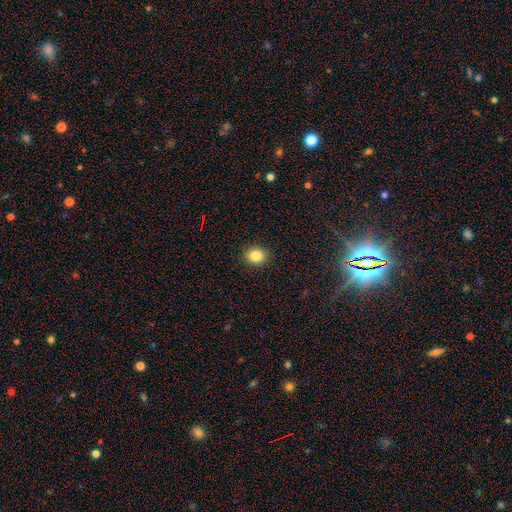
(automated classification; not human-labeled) Smooth or featured?
  - smooth: 85% *
  - star or artifact: 10%
  - featured or disk: 5%
How rounded?
  - round: 67% *
  - in between: 32%
  - cigar-shaped: 1%
Merging?
  - none: 90% *
  - minor disturbance: 7%
  - major disturbance: 2%
  - merger: 1%